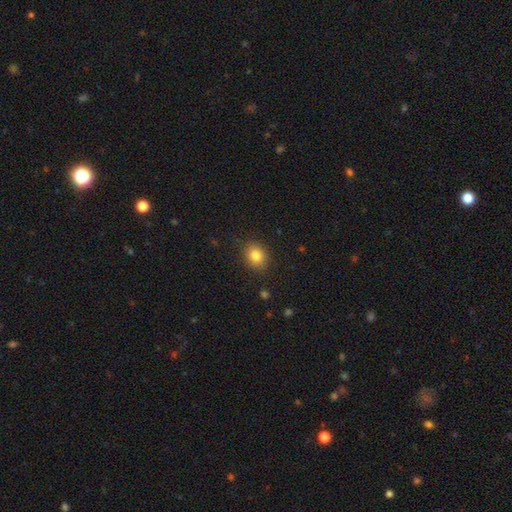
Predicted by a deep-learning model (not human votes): Smooth or featured? smooth (83%)
How rounded? round (56%)
Merging? none (87%)